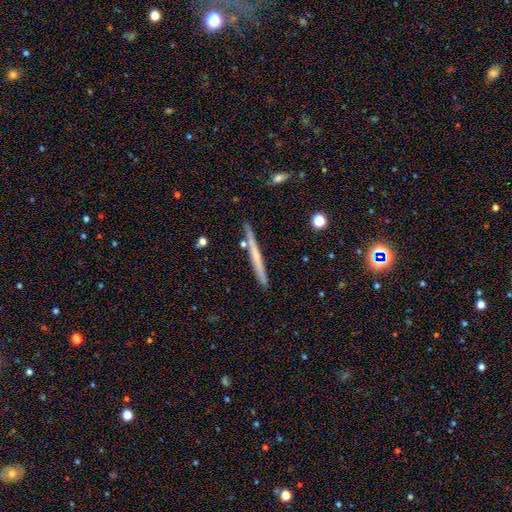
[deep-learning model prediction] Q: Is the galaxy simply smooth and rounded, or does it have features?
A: featured or disk — 50%.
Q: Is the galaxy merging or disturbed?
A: none — 86%.